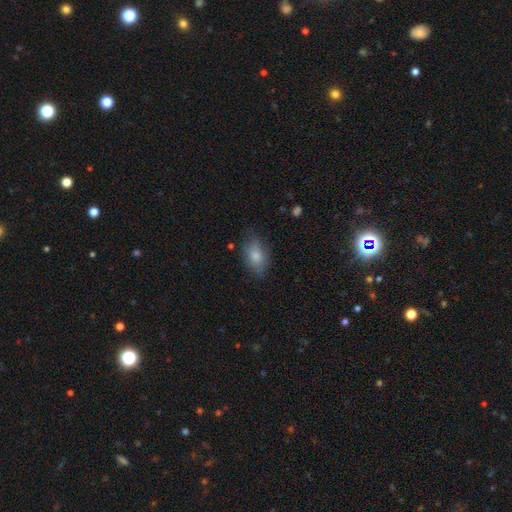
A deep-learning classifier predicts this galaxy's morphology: Overall: smooth (82%). How rounded: in between (88%). Merging: none (73%).